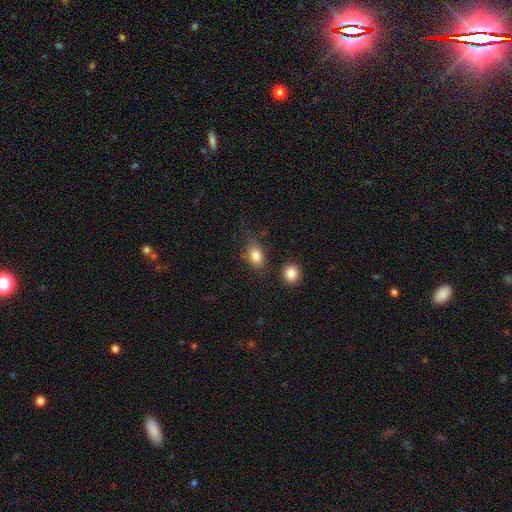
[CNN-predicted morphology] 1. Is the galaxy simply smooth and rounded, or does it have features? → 83% smooth, 9% star or artifact, 7% featured or disk.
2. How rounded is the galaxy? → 77% in between, 21% round, 2% cigar-shaped.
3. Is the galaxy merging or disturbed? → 71% none, 17% minor disturbance, 6% major disturbance, 6% merger.